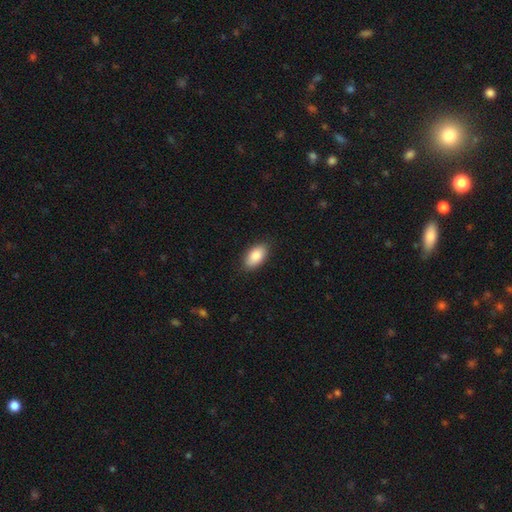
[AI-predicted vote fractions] Morphology: type=smooth (85%); roundness=in between (93%); merging=none (87%).